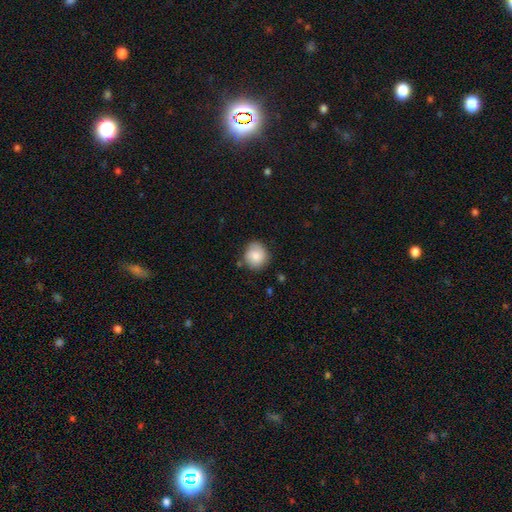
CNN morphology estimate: A smooth galaxy with no disk features (84%) that is round (88%).

Vote fractions:
- Smooth or featured? smooth: 84% / featured or disk: 9% / star or artifact: 7%
- How rounded? round: 88% / in between: 11% / cigar-shaped: 1%
- Merging? none: 77% / minor disturbance: 17% / major disturbance: 3% / merger: 3%